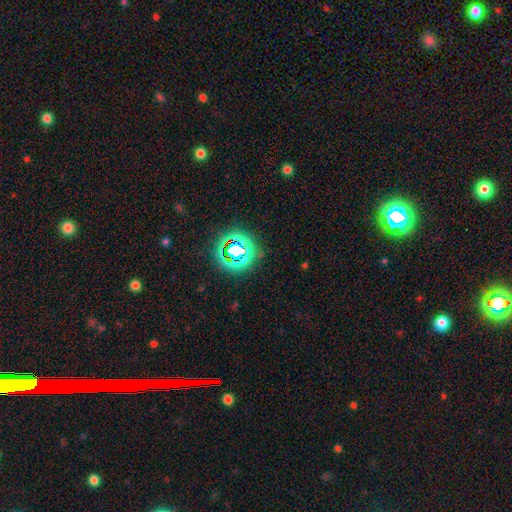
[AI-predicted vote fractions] Morphology: type=star or artifact (73%).